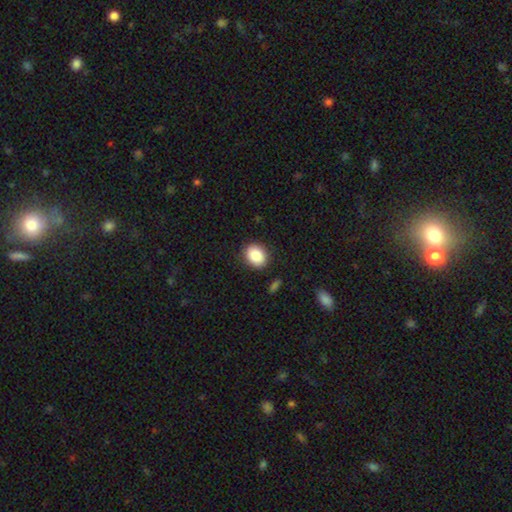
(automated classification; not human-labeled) smooth-or-featured: smooth: 87% | star or artifact: 8% | featured or disk: 5%
  how-rounded: in between: 51% | round: 48% | cigar-shaped: 1%
  merging: none: 86% | minor disturbance: 9% | major disturbance: 3% | merger: 2%